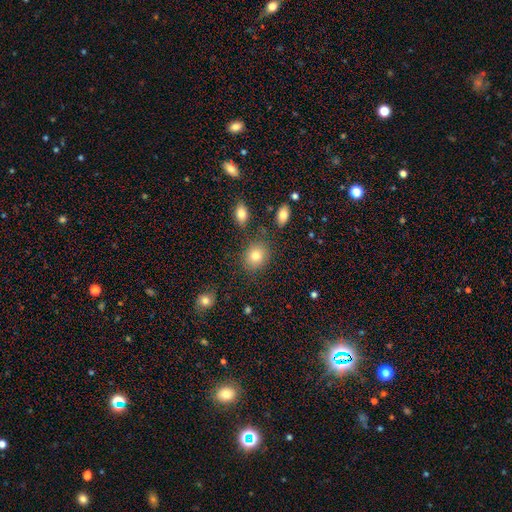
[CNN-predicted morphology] A smooth galaxy with no disk features (80%) that is round (57%). Merging: none (80%).